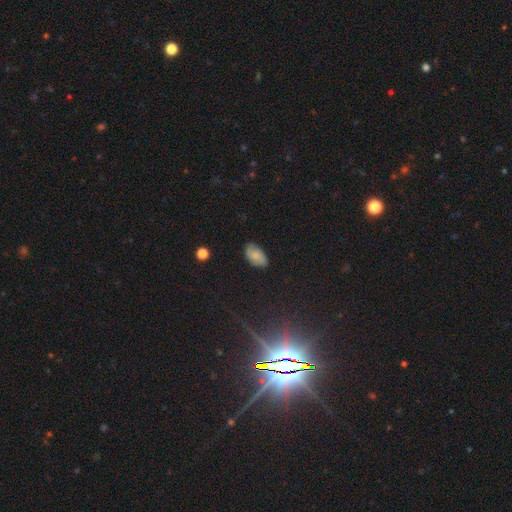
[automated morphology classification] Smooth or featured?
  - smooth: 72% *
  - featured or disk: 19%
  - star or artifact: 9%
How rounded?
  - in between: 94% *
  - round: 5%
  - cigar-shaped: 2%
Merging?
  - none: 81% *
  - minor disturbance: 15%
  - major disturbance: 3%
  - merger: 1%